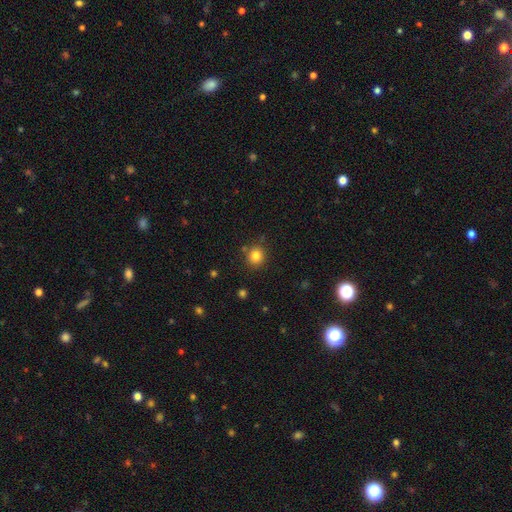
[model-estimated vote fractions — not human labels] Overall: smooth (81%). How rounded: round (87%). Merging: none (83%).